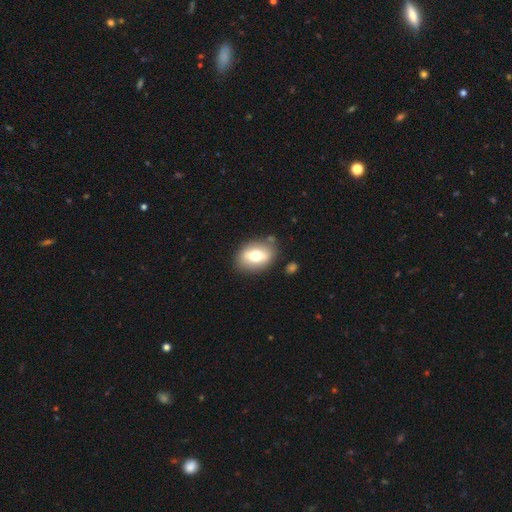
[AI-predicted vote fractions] Q: Smooth or featured?
A: smooth (62%); runner-up: featured or disk (30%)
Q: How rounded?
A: in between (76%); runner-up: round (23%)
Q: Merging?
A: none (81%); runner-up: minor disturbance (12%)